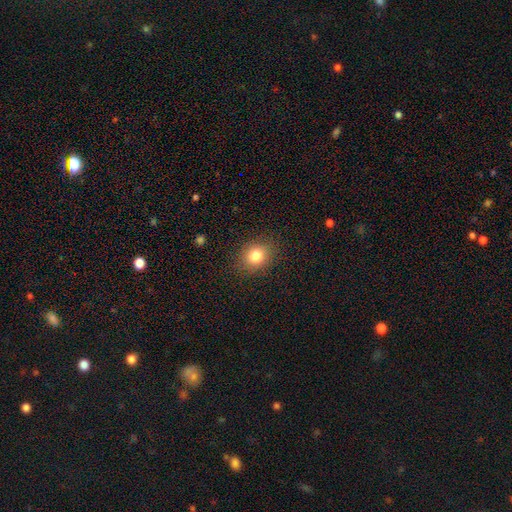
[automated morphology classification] Smooth or featured? smooth (81%)
How rounded? round (59%)
Merging? none (86%)